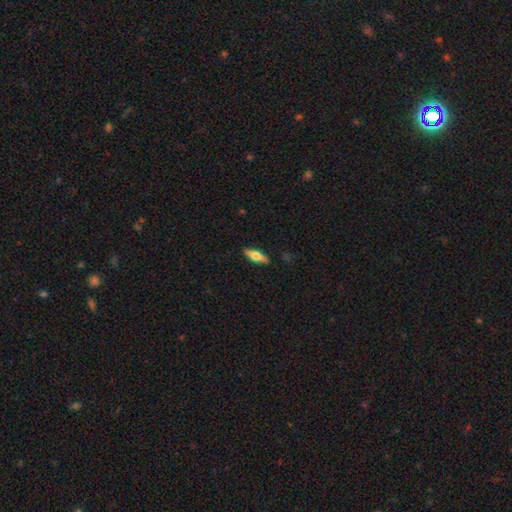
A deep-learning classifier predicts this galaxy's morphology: Q: Smooth or featured?
A: smooth (54%); runner-up: featured or disk (40%)
Q: How rounded?
A: in between (56%); runner-up: cigar-shaped (41%)
Q: Merging?
A: none (88%); runner-up: minor disturbance (9%)